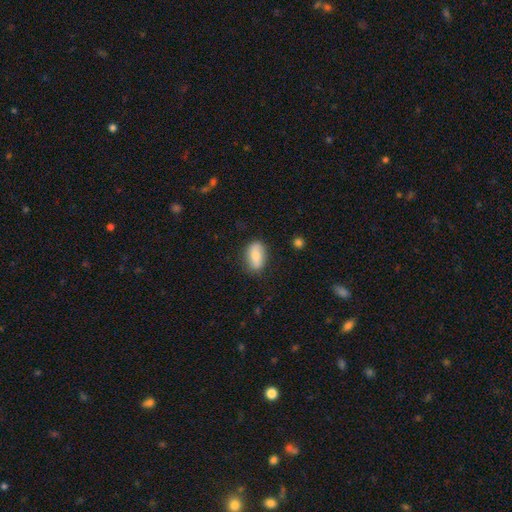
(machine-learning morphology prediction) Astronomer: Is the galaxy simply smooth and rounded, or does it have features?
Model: smooth — 72%.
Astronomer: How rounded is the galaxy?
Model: in between — 87%.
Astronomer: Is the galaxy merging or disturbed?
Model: none — 78%.